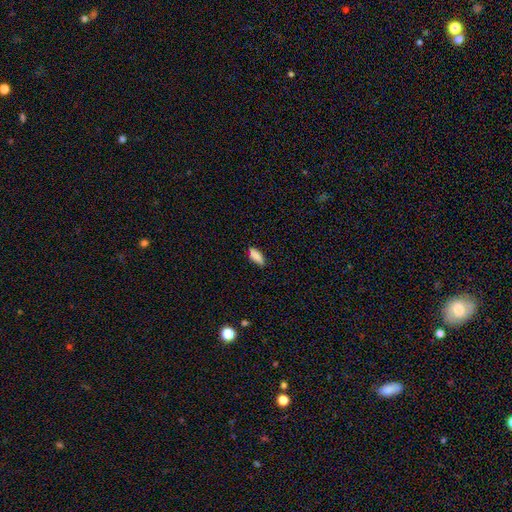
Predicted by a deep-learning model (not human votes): smooth_or_featured: smooth (p=0.87) [alt: star or artifact p=0.08]
how_rounded: in between (p=0.80) [alt: cigar-shaped p=0.18]
merging: none (p=0.77) [alt: minor disturbance p=0.18]